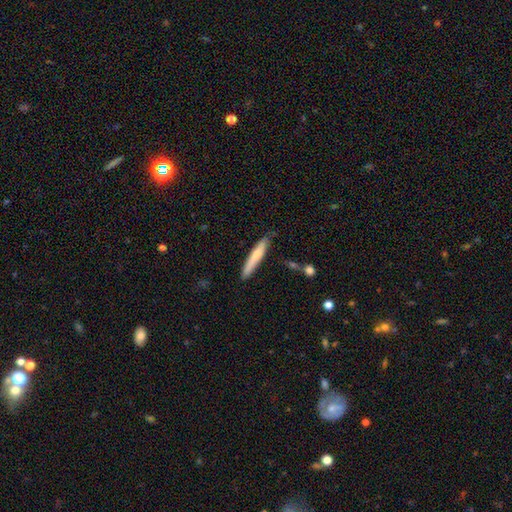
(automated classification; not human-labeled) A smooth galaxy with no disk features (69%) that is cigar-shaped (92%). Merging: none (82%).